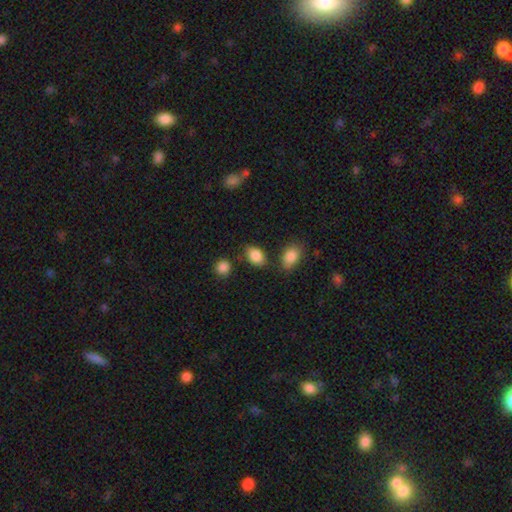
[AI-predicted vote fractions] smooth 86%, star or artifact 8%, featured or disk 6%. Down the decision tree: how rounded — in between (81%); merging — none (75%).